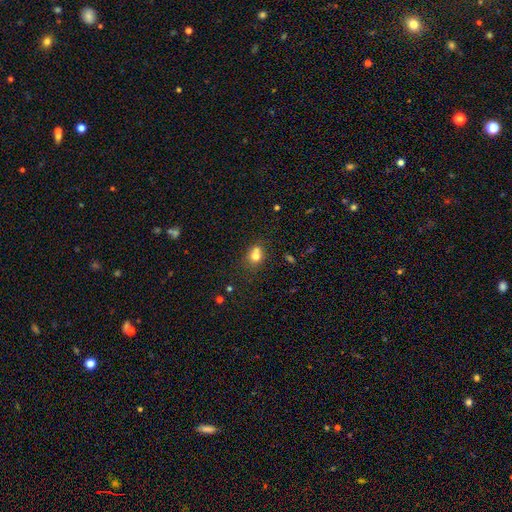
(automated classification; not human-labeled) This appears to be a smooth galaxy with no disk features (72%) that is round (62%). Merging: merger (42%).